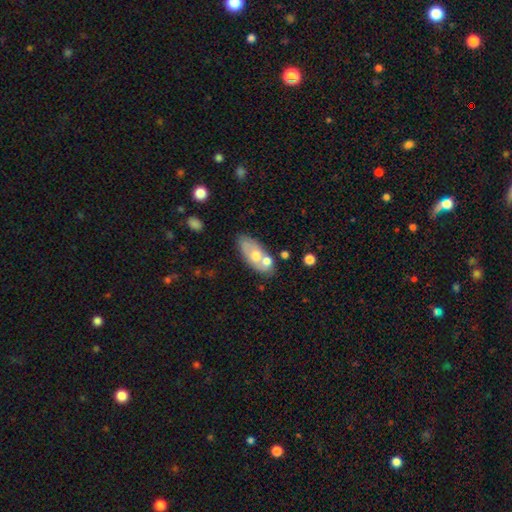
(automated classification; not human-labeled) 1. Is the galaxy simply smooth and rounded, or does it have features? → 53% smooth, 40% featured or disk, 7% star or artifact.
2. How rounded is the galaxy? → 86% in between, 8% cigar-shaped, 6% round.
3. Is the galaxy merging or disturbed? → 52% none, 27% merger, 16% minor disturbance, 5% major disturbance.